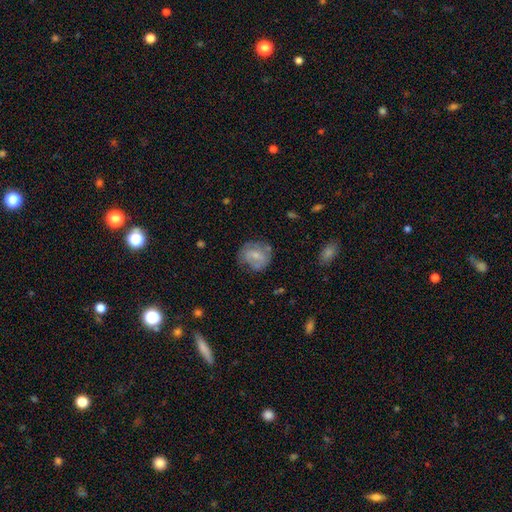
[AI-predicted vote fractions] Smooth or featured: smooth — 53% (featured or disk — 40%)
How rounded: round — 74% (in between — 24%)
Merging: none — 59% (minor disturbance — 26%)